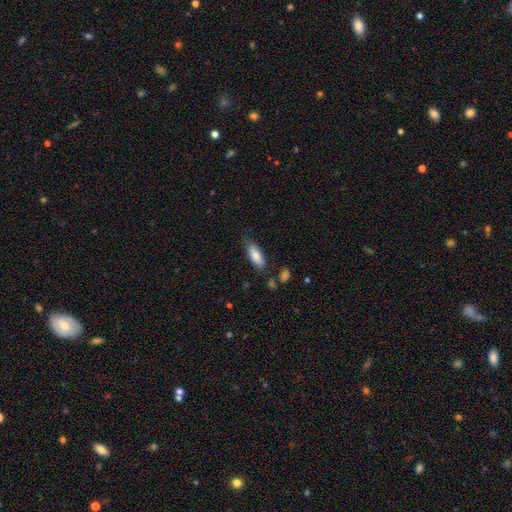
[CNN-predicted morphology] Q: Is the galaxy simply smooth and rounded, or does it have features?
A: smooth — 80%.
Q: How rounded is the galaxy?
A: in between — 75%.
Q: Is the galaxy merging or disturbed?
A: none — 73%.